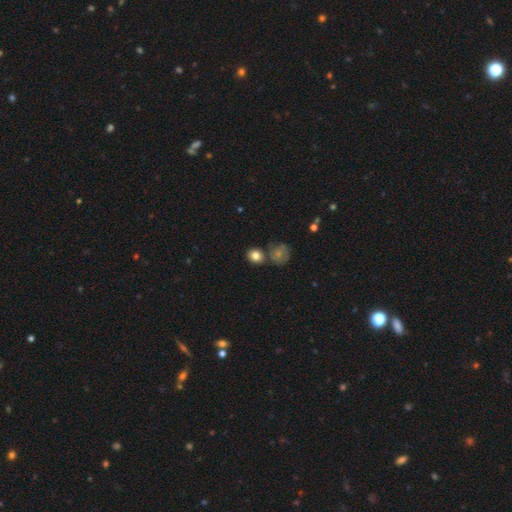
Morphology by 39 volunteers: A smooth galaxy with no disk features (82%) that is round (81%).

Vote fractions:
- Smooth or featured? smooth: 82% / featured or disk: 13% / star or artifact: 5%
- How rounded? round: 81% / in between: 19% / cigar-shaped: 0%
- Merging? none: 62% / merger: 24% / minor disturbance: 14% / major disturbance: 0%